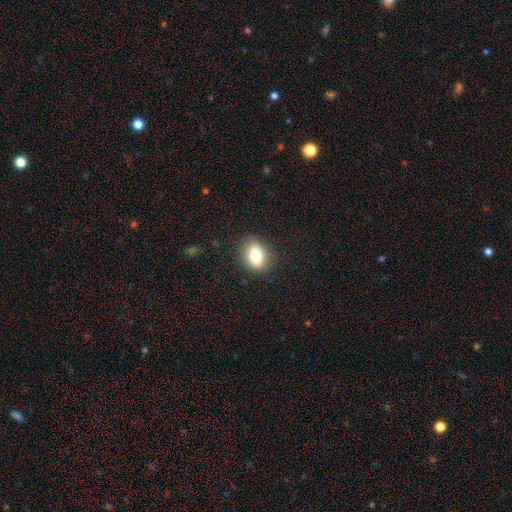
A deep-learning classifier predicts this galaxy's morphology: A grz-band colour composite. It shows a smooth galaxy with no disk features (78%) that is in between round and cigar-shaped (65%). Merging: none (86%).